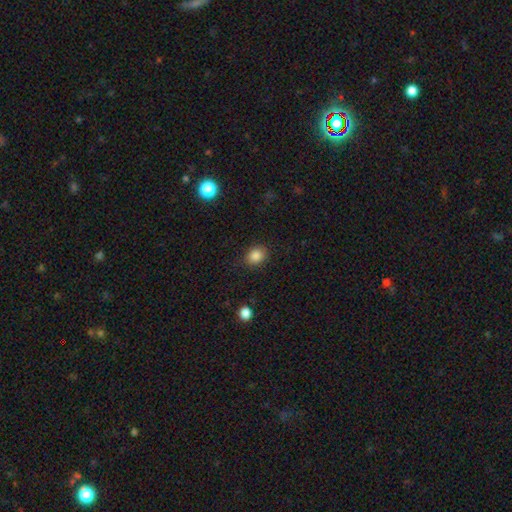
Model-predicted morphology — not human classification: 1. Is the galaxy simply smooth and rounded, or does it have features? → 86% smooth, 10% star or artifact, 4% featured or disk.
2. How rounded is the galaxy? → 57% round, 42% in between, 1% cigar-shaped.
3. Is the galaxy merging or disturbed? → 85% none, 11% minor disturbance, 3% major disturbance, 1% merger.